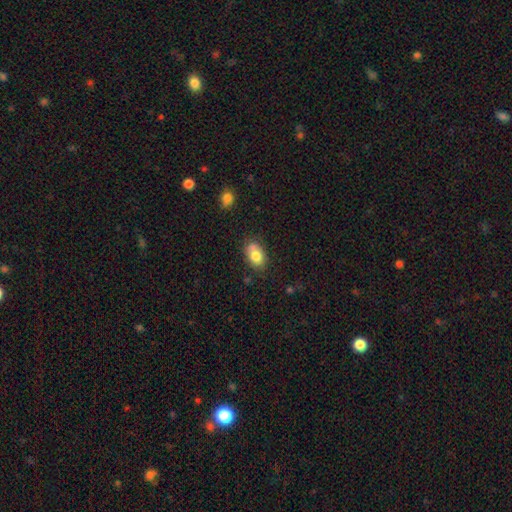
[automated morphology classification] smooth_or_featured: smooth (p=0.78) [alt: featured or disk p=0.13]
how_rounded: in between (p=0.76) [alt: round p=0.22]
merging: none (p=0.54) [alt: merger p=0.21]